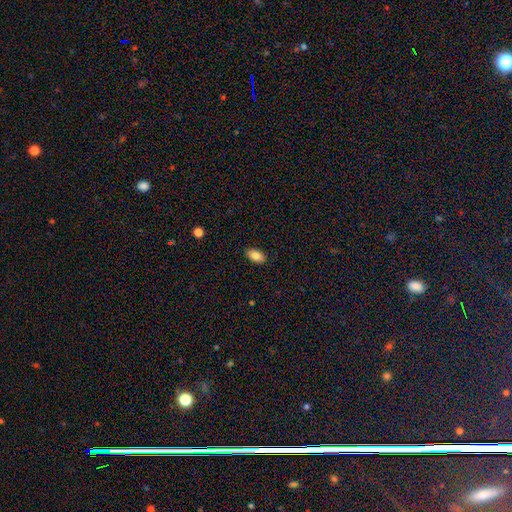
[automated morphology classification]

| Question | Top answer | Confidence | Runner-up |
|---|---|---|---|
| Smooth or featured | smooth | 85% | star or artifact (8%) |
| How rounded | in between | 93% | round (4%) |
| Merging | none | 89% | minor disturbance (8%) |